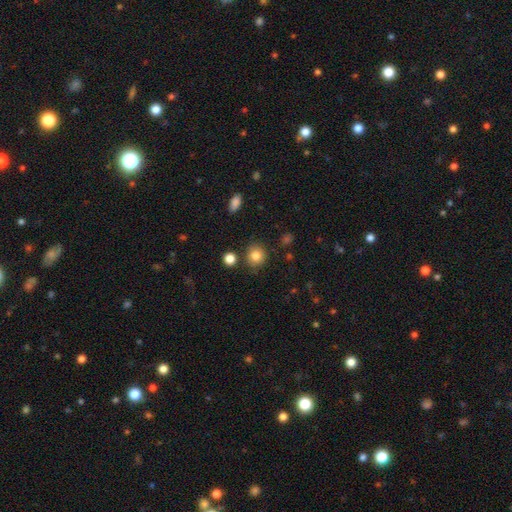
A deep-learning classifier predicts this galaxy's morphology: Overall: smooth (83%). How rounded: round (83%). Merging: none (82%).